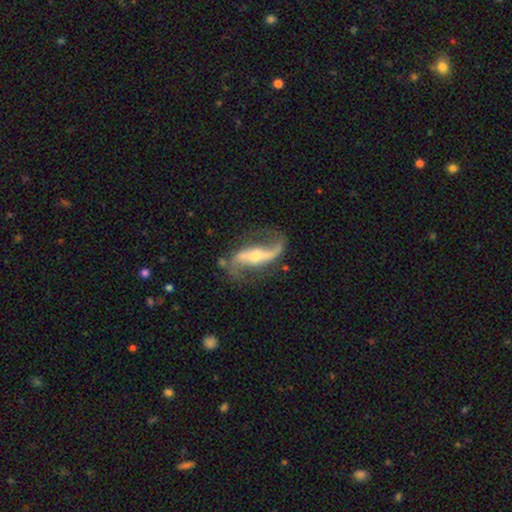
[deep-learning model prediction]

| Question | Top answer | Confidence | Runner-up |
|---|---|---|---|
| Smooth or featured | featured or disk | 89% | smooth (6%) |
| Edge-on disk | no | 93% | yes (7%) |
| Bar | strong | 46% | weak (29%) |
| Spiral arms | yes | 96% | no (4%) |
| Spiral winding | loose | 79% | medium (17%) |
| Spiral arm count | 2 | 91% | 1 (4%) |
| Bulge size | small | 47% | moderate (44%) |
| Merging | none | 72% | minor disturbance (15%) |